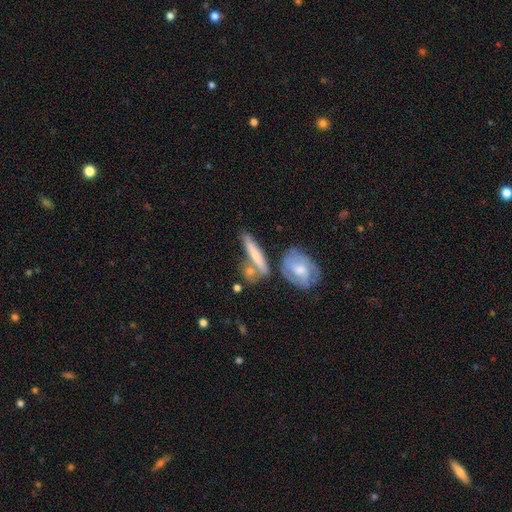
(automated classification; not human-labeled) Smooth or featured? Predicted: smooth (p=0.53). How rounded? Predicted: cigar-shaped (p=0.76). Merging? Predicted: none (p=0.55).